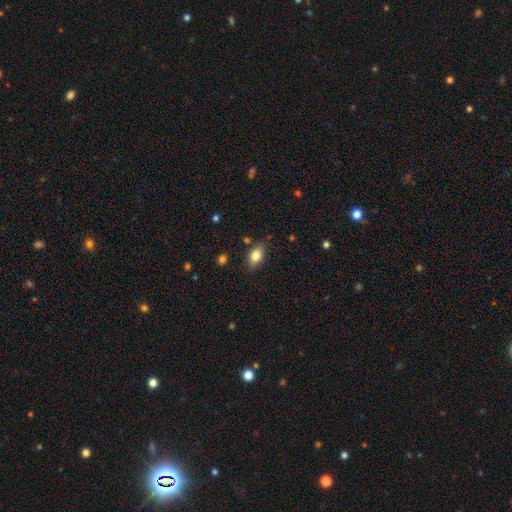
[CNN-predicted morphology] The model was most divided on "merging": none: 82%, minor disturbance: 13%, major disturbance: 3%, merger: 2%. More confident: how rounded — in between (88%); smooth or featured — smooth (82%).